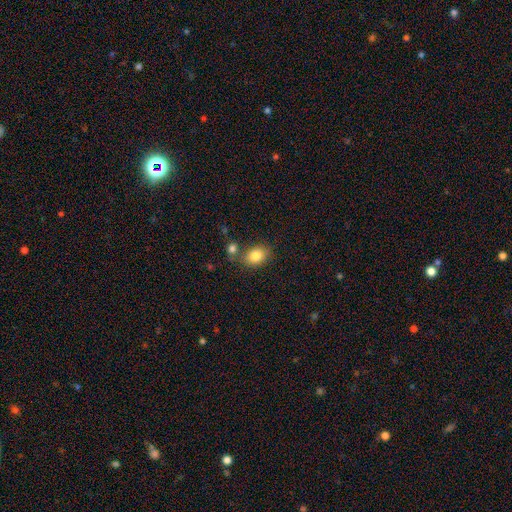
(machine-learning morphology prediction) smooth-or-featured: smooth: 83% | star or artifact: 9% | featured or disk: 8%
  how-rounded: in between: 67% | round: 32% | cigar-shaped: 1%
  merging: none: 65% | merger: 17% | minor disturbance: 14% | major disturbance: 4%